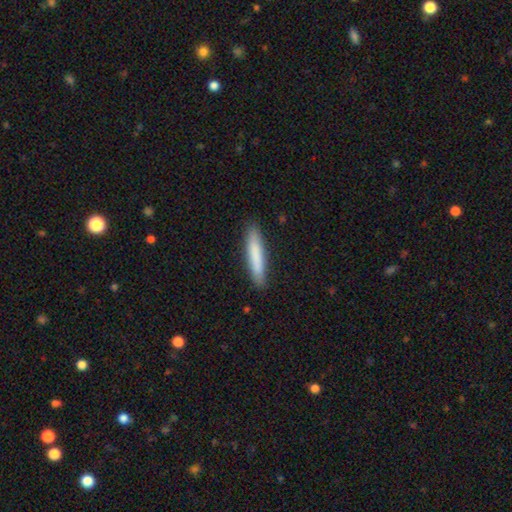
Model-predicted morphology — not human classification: This appears to be a smooth galaxy with no disk features (81%) that is cigar-shaped (90%). Merging: none (89%).